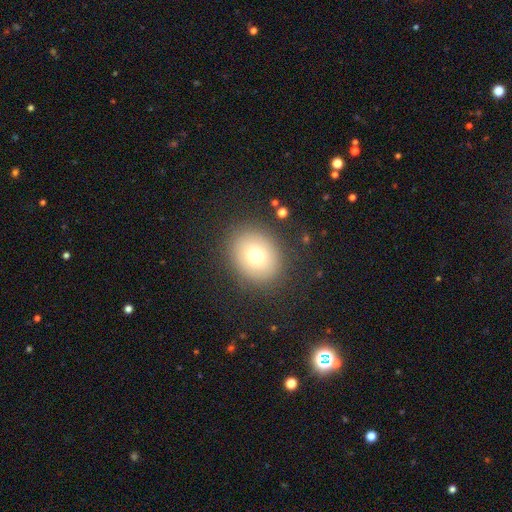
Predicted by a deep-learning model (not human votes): Smooth or featured?
  - smooth: 72% *
  - featured or disk: 14%
  - star or artifact: 13%
How rounded?
  - round: 56% *
  - in between: 43%
  - cigar-shaped: 1%
Merging?
  - none: 87% *
  - minor disturbance: 9%
  - major disturbance: 4%
  - merger: 1%